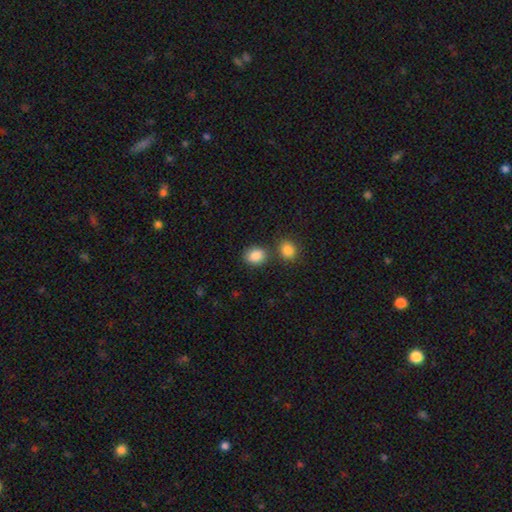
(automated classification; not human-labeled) Smooth or featured: smooth — 87% (star or artifact — 9%)
How rounded: in between — 51% (round — 48%)
Merging: none — 73% (merger — 14%)